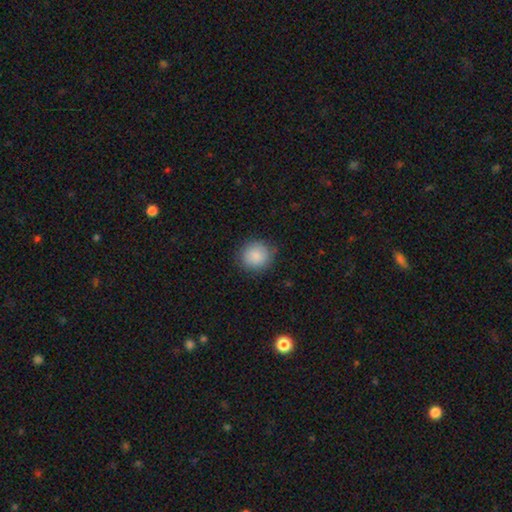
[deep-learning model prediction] Smooth or featured: smooth — 87% (star or artifact — 8%)
How rounded: round — 89% (in between — 10%)
Merging: none — 84% (minor disturbance — 12%)